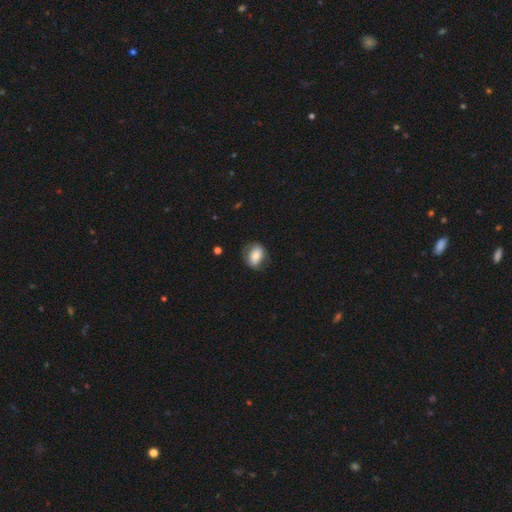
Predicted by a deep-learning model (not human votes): Smooth or featured? smooth (73%)
How rounded? in between (68%)
Merging? none (68%)